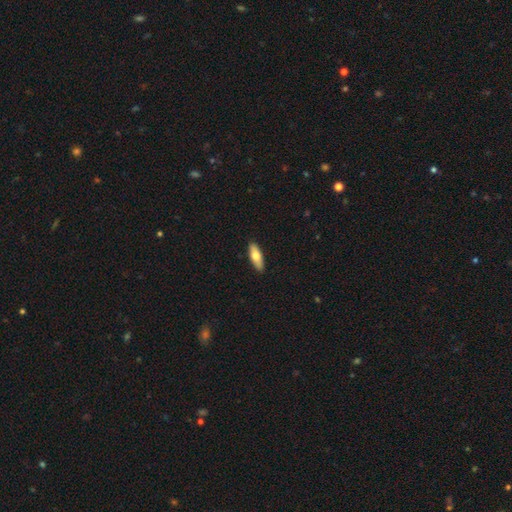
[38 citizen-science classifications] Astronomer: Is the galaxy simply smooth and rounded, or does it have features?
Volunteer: smooth — 84%.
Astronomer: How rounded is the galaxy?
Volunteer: in between — 53% (runner-up: cigar-shaped, 44%).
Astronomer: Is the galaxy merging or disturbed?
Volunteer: none — 89%.